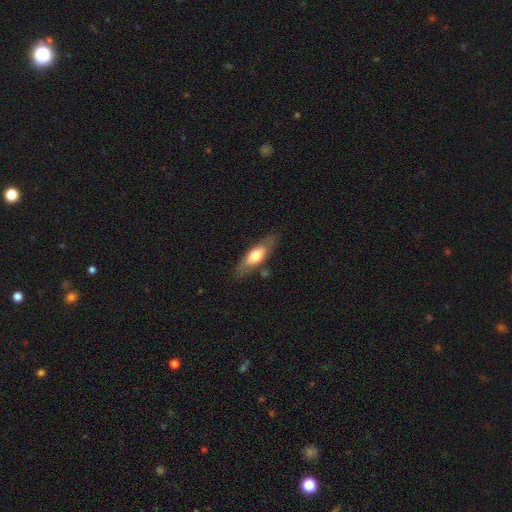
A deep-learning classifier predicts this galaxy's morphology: Smooth or featured? smooth (57%)
How rounded? in between (56%)
Merging? none (79%)